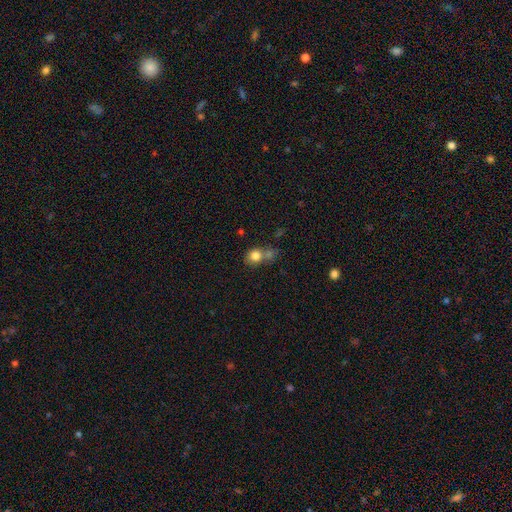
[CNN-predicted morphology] Smooth or featured? Predicted: smooth (p=0.81). How rounded? Predicted: round (p=0.74). Merging? Predicted: none (p=0.42).